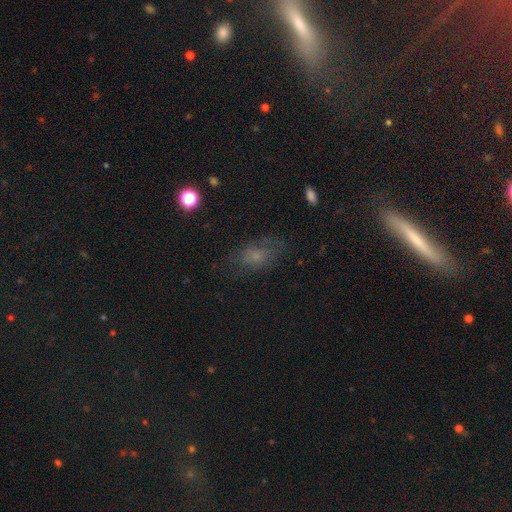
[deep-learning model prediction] Smooth or featured? smooth (51%)
How rounded? in between (82%)
Merging? none (63%)